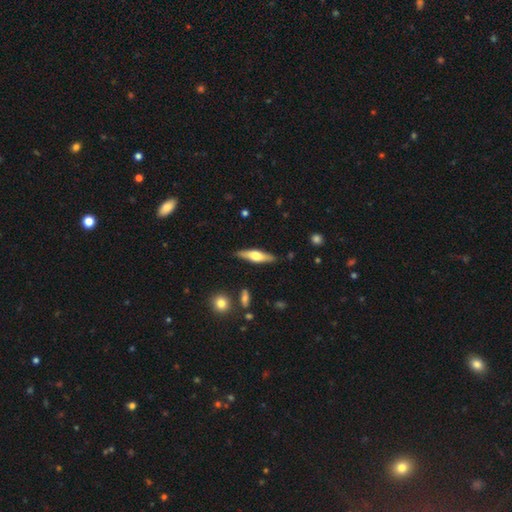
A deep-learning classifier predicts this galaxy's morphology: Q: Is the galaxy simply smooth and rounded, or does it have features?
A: featured or disk — 58%.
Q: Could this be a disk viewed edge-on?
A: yes — 95%.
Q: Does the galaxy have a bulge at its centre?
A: rounded — 89%.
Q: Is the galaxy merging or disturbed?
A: none — 87%.